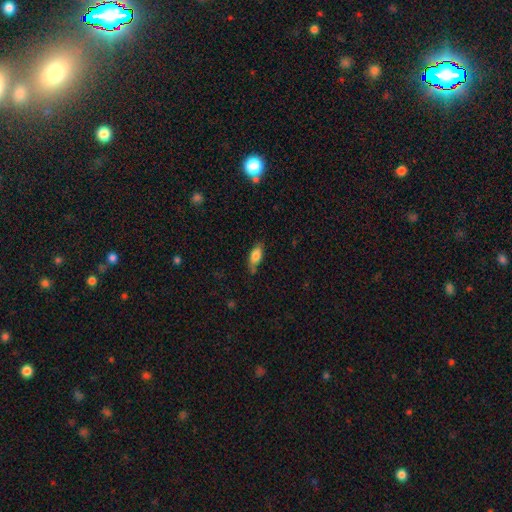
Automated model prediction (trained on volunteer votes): Smooth or featured? smooth (77%)
How rounded? in between (80%)
Merging? none (60%)